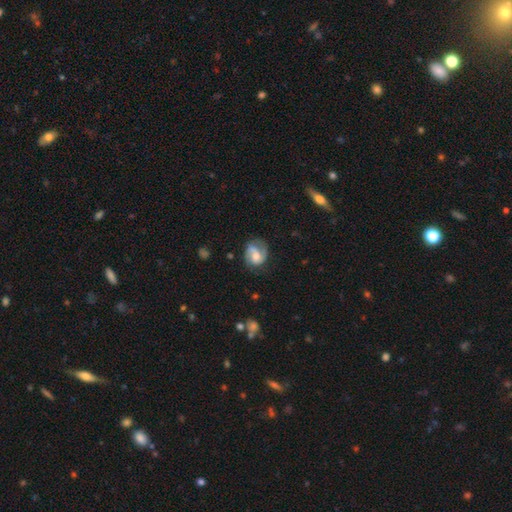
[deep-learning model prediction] Smooth or featured?
  - featured or disk: 73% *
  - smooth: 20%
  - star or artifact: 7%
Edge-on disk?
  - no: 97% *
  - yes: 3%
Bar?
  - no: 48% *
  - weak: 40%
  - strong: 12%
Spiral arms?
  - yes: 92% *
  - no: 8%
Spiral winding?
  - medium: 48% *
  - tight: 27%
  - loose: 25%
Spiral arm count?
  - 2: 82% *
  - can't tell: 7%
  - 1: 7%
  - 3: 2%
  - 4: 1%
  - more than 4: 1%
Bulge size?
  - moderate: 63% *
  - small: 26%
  - large: 7%
  - none: 3%
  - dominant: 1%
Merging?
  - none: 67% *
  - minor disturbance: 22%
  - major disturbance: 10%
  - merger: 2%